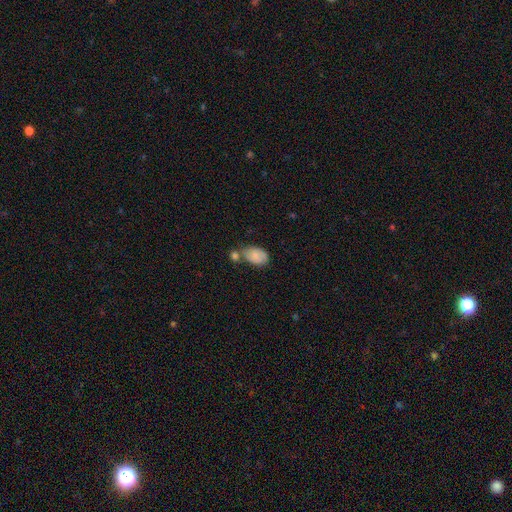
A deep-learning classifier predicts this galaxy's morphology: Smooth or featured?
  - smooth: 79% *
  - featured or disk: 13%
  - star or artifact: 7%
How rounded?
  - in between: 89% *
  - round: 10%
  - cigar-shaped: 1%
Merging?
  - none: 46% *
  - merger: 29%
  - minor disturbance: 20%
  - major disturbance: 6%